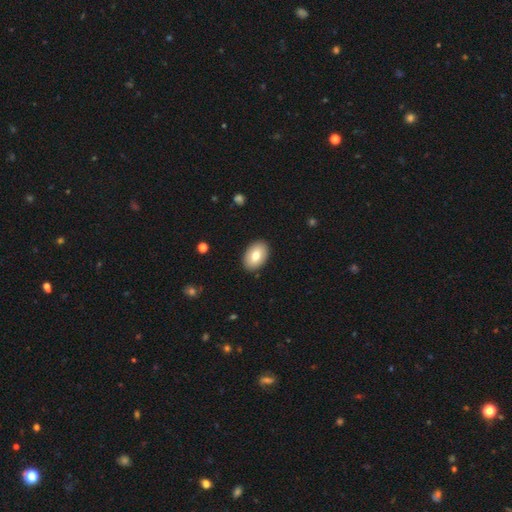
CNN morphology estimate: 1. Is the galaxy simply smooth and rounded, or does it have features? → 77% smooth, 17% featured or disk, 7% star or artifact.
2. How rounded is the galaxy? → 89% in between, 10% round, 1% cigar-shaped.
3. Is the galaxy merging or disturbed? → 90% none, 8% minor disturbance, 2% major disturbance, 1% merger.